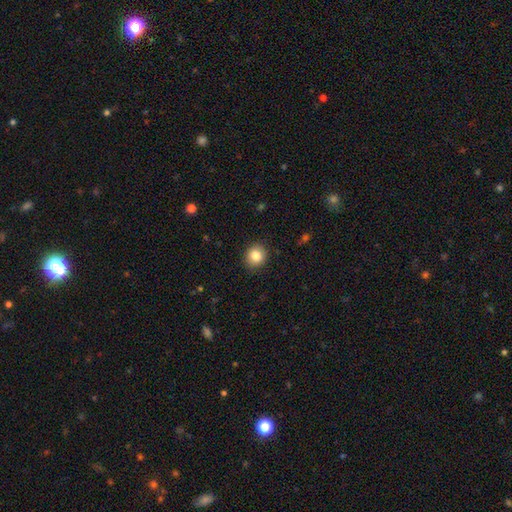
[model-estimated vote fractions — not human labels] A smooth galaxy with no disk features (85%) that is round (81%). Merging: none (90%).